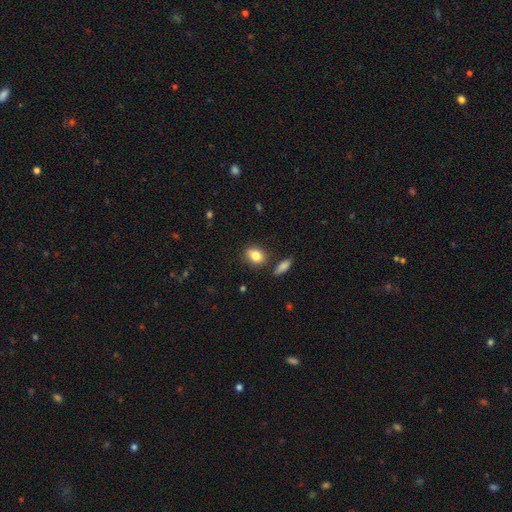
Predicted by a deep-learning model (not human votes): A smooth galaxy with no disk features (83%) that is in between round and cigar-shaped (65%). Merging: none (78%).